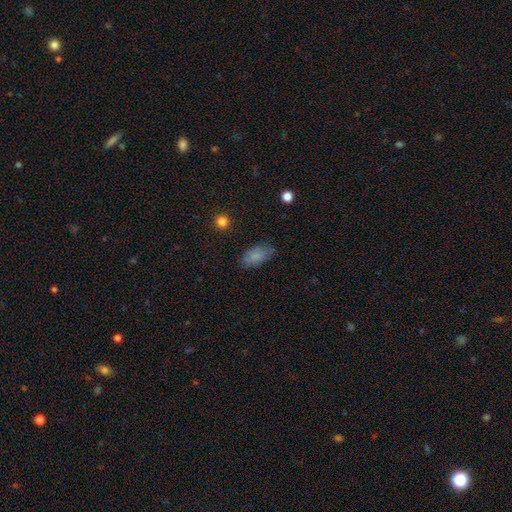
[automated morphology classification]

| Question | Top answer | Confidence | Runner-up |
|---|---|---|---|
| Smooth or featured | smooth | 84% | star or artifact (9%) |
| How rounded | in between | 92% | cigar-shaped (4%) |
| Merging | none | 76% | minor disturbance (18%) |